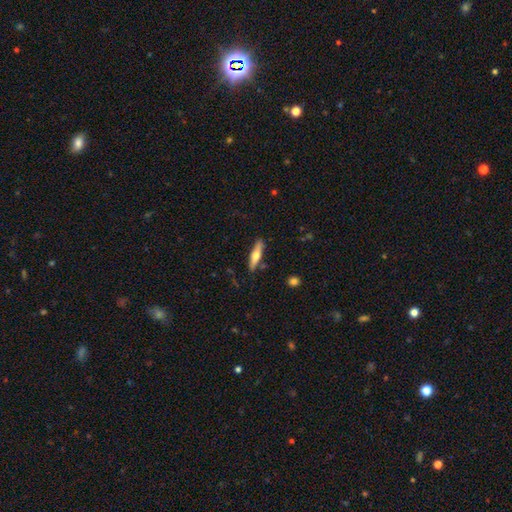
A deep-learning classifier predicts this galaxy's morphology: Q: Smooth or featured?
A: featured or disk (48%); runner-up: smooth (47%)
Q: Merging?
A: none (85%); runner-up: minor disturbance (11%)